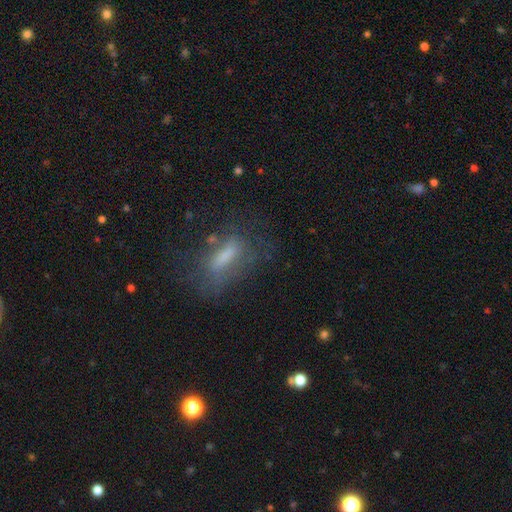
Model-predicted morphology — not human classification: Smooth or featured?
  - smooth: 48% *
  - featured or disk: 35%
  - star or artifact: 17%
Merging?
  - none: 61% *
  - minor disturbance: 20%
  - major disturbance: 16%
  - merger: 3%